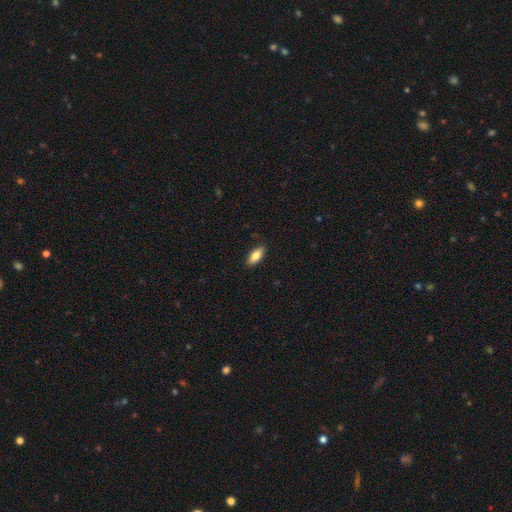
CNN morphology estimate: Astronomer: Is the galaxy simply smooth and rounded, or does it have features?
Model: smooth — 80%.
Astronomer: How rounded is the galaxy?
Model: in between — 81%.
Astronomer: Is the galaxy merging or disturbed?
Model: none — 87%.